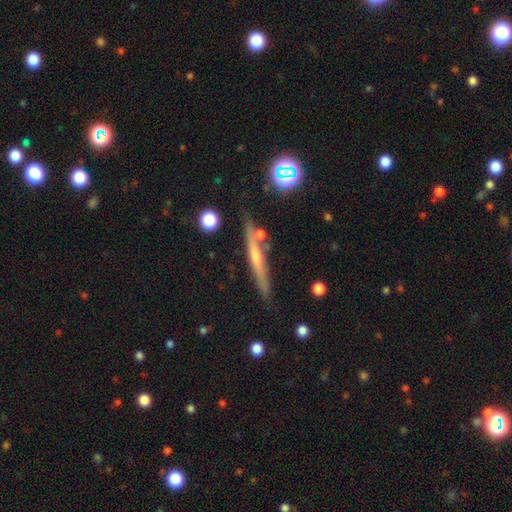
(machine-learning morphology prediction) A featured or disk galaxy (65%) viewed edge-on (94%) with a rounded central bulge (65%). Merging: none (80%).